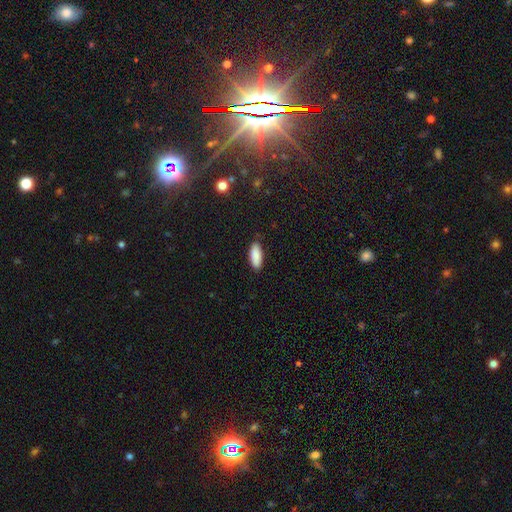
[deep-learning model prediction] Morphology: type=smooth (89%); roundness=in between (75%); merging=none (85%).